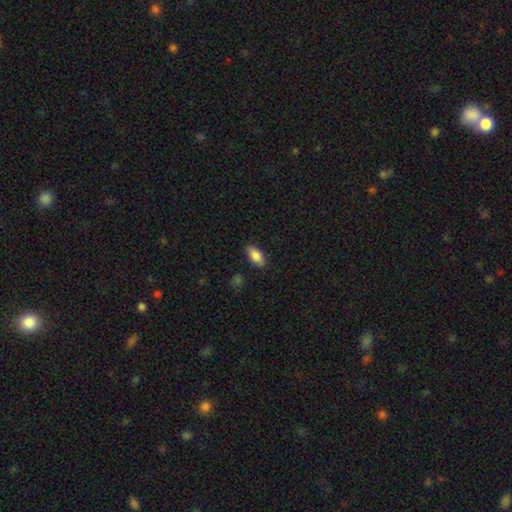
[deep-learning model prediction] Smooth or featured? Predicted: smooth (p=0.86). How rounded? Predicted: in between (p=0.91). Merging? Predicted: none (p=0.86).